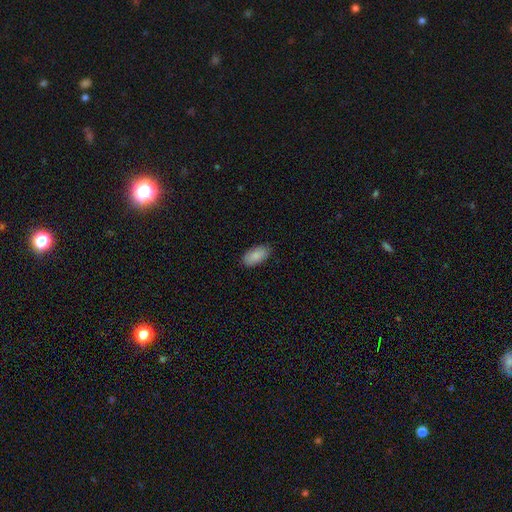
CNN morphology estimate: type=smooth (89%); roundness=in between (94%); merging=none (86%).